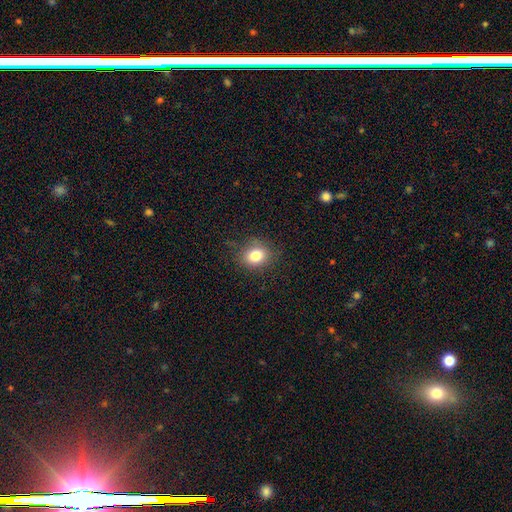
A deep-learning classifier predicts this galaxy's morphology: Smooth or featured?
  - smooth: 81% *
  - star or artifact: 12%
  - featured or disk: 8%
How rounded?
  - round: 60% *
  - in between: 39%
  - cigar-shaped: 1%
Merging?
  - none: 83% *
  - minor disturbance: 12%
  - major disturbance: 4%
  - merger: 1%